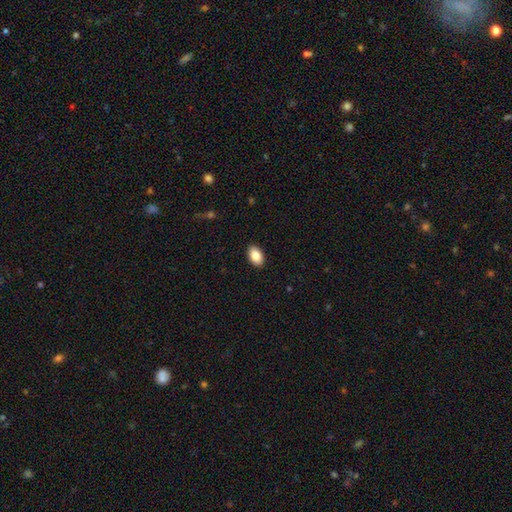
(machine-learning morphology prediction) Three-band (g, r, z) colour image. It shows a smooth galaxy with no disk features (86%) that is in between round and cigar-shaped (92%). Merging: none (90%).